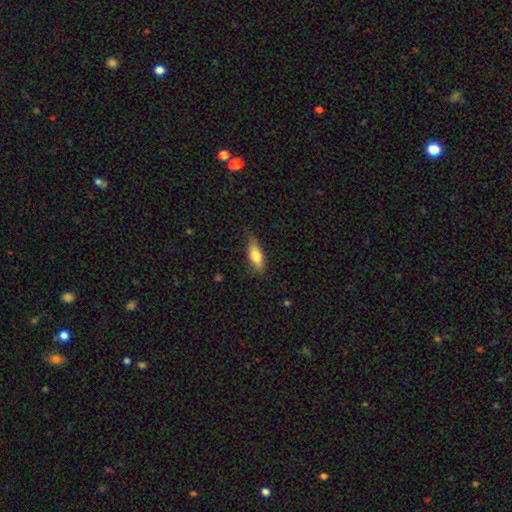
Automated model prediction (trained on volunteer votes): The model was most divided on "how rounded": in between: 65%, cigar-shaped: 32%, round: 3%. More confident: merging — none (74%); smooth or featured — smooth (69%).